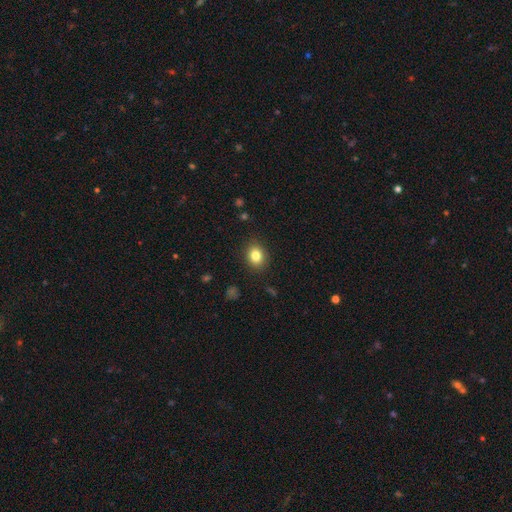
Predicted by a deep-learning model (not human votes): The model was most divided on "how rounded": round: 53%, in between: 46%, cigar-shaped: 1%. More confident: merging — none (87%); smooth or featured — smooth (83%).